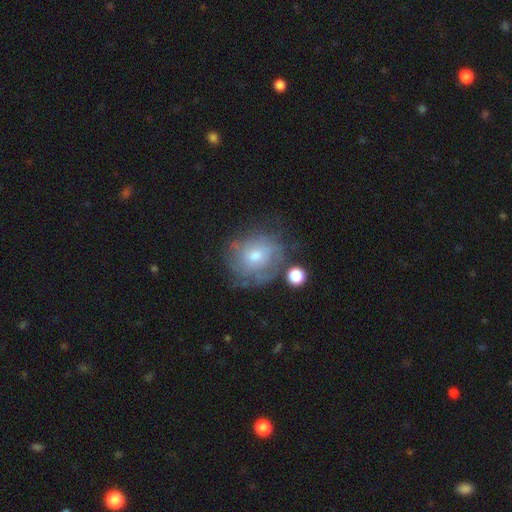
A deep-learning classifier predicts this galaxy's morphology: The model was most divided on "smooth or featured": featured or disk: 51%, smooth: 38%, star or artifact: 11%. More confident: edge-on disk — no (96%); merging — none (60%).